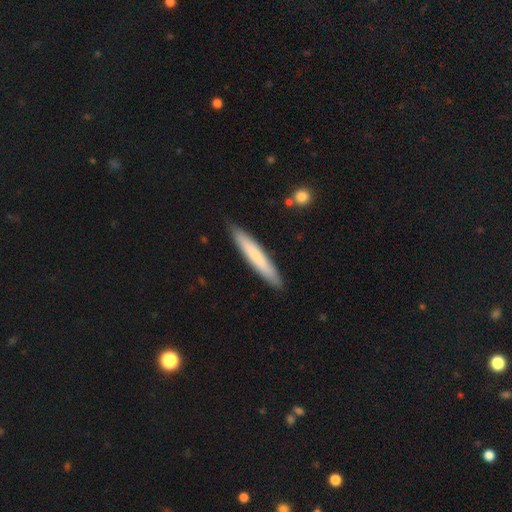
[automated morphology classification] smooth-or-featured: smooth: 67% | featured or disk: 28% | star or artifact: 5%
  how-rounded: cigar-shaped: 94% | in between: 5% | round: 1%
  merging: none: 89% | minor disturbance: 8% | major disturbance: 1% | merger: 1%